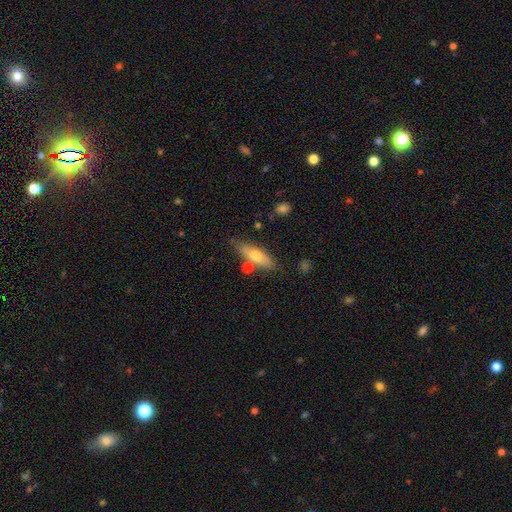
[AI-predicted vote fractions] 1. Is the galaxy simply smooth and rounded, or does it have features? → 63% smooth, 30% featured or disk, 7% star or artifact.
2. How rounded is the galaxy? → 49% in between, 48% cigar-shaped, 3% round.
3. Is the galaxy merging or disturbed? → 74% none, 14% minor disturbance, 8% merger, 3% major disturbance.